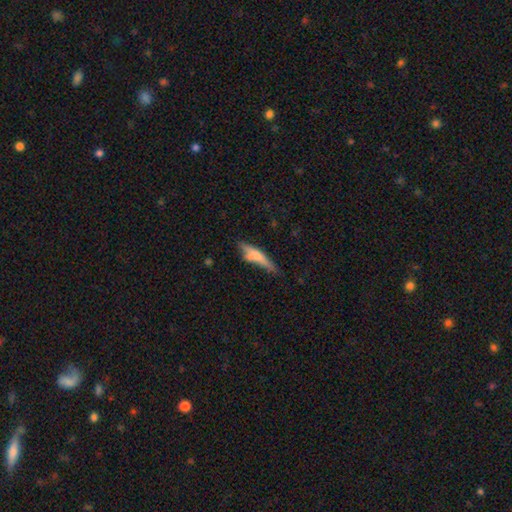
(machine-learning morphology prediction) Smooth or featured?
  - smooth: 59% *
  - featured or disk: 34%
  - star or artifact: 7%
How rounded?
  - cigar-shaped: 81% *
  - in between: 17%
  - round: 2%
Merging?
  - none: 56% *
  - minor disturbance: 25%
  - merger: 11%
  - major disturbance: 9%